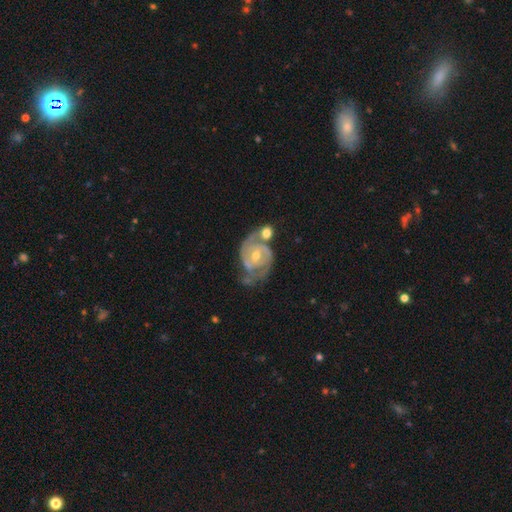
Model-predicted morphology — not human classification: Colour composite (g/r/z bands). It shows a featured or disk galaxy (88%) with no bar (47%), 2 (80%) tight (55%) spiral arms (96%) and a moderate central bulge (54%). Merging: none (49%).